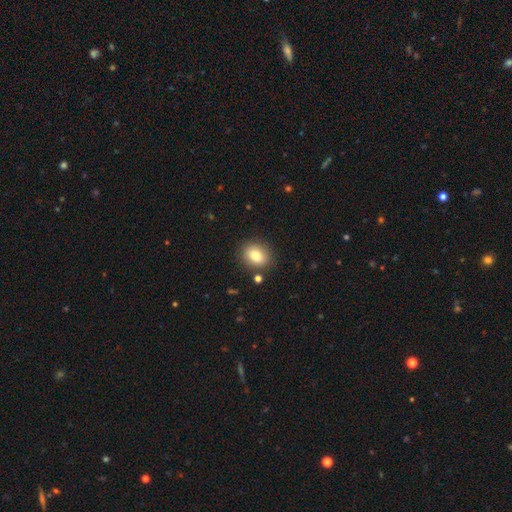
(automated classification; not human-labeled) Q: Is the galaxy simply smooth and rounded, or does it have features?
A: smooth — 85%.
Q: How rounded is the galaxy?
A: in between — 60%.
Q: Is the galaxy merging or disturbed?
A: none — 84%.